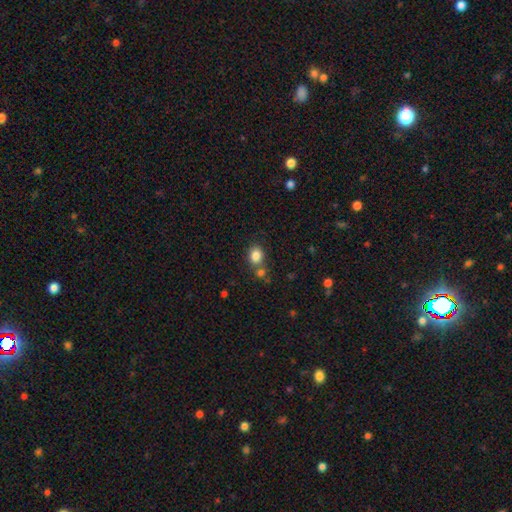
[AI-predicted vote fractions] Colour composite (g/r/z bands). It shows a smooth galaxy with no disk features (84%) that is round (57%). Merging: none (63%).